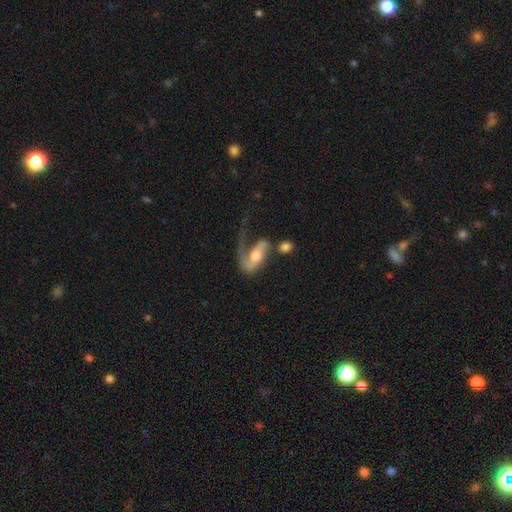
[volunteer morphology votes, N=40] featured or disk 78%, smooth 20%, star or artifact 2%. Down the decision tree: edge-on disk — no (84%); bar — weak (54%); spiral arms — yes (88%); spiral arm count — 1 (96%); spiral winding — loose (91%); bulge size — moderate (54%); merging — major disturbance (44%).